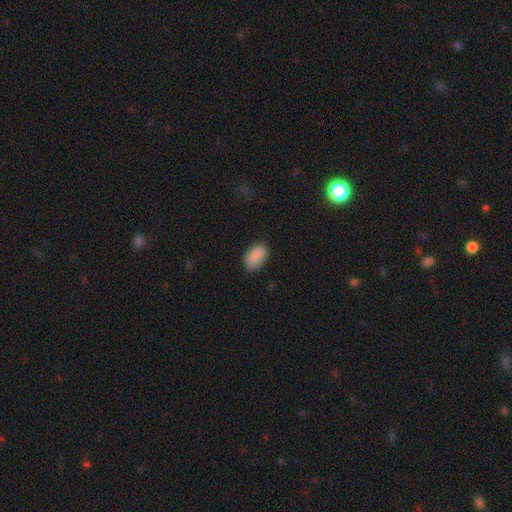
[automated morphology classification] Smooth or featured: smooth — 88% (star or artifact — 7%)
How rounded: in between — 93% (round — 6%)
Merging: none — 83% (minor disturbance — 13%)